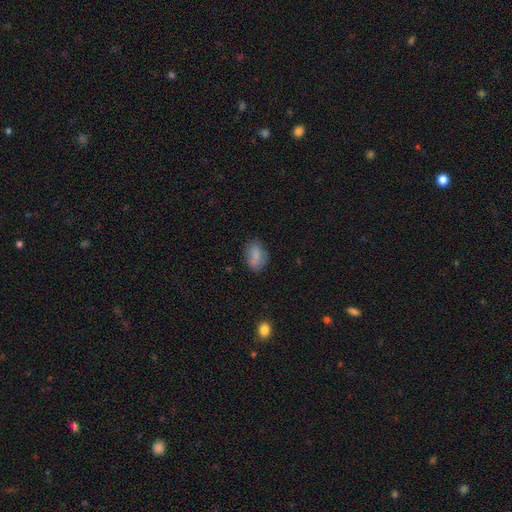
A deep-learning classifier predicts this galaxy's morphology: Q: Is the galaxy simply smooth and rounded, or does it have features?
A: smooth — 81%.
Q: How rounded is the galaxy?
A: in between — 84%.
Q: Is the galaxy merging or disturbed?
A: none — 69%.